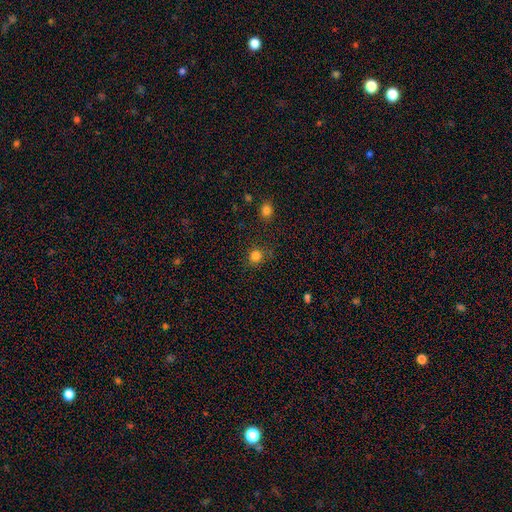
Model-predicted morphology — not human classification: Smooth or featured? Predicted: smooth (p=0.82). How rounded? Predicted: round (p=0.87). Merging? Predicted: none (p=0.84).